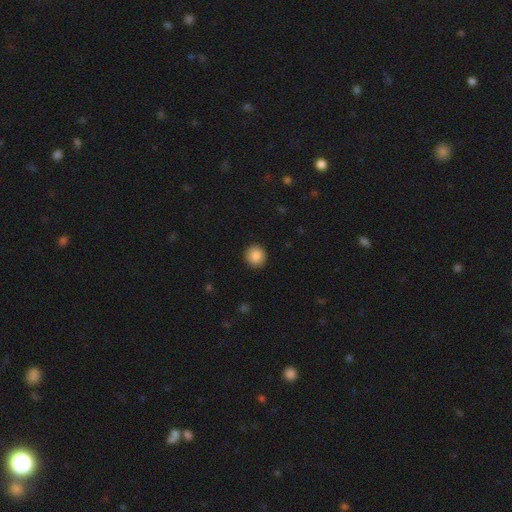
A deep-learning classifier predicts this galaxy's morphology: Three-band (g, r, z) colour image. It shows a smooth galaxy with no disk features (88%) that is round (88%). Merging: none (91%).